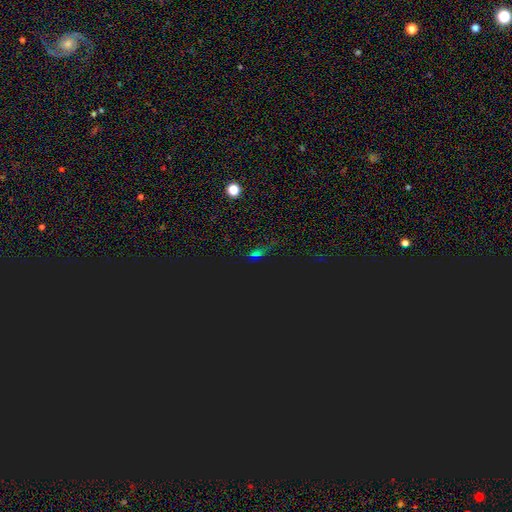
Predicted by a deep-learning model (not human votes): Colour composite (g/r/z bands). It shows a star or artifact, not a galaxy (59%).